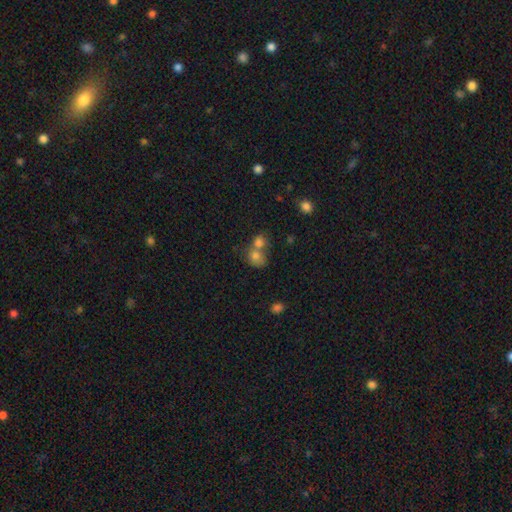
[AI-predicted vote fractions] smooth 76%, featured or disk 12%, star or artifact 12%. Down the decision tree: how rounded — round (67%); merging — merger (61%).